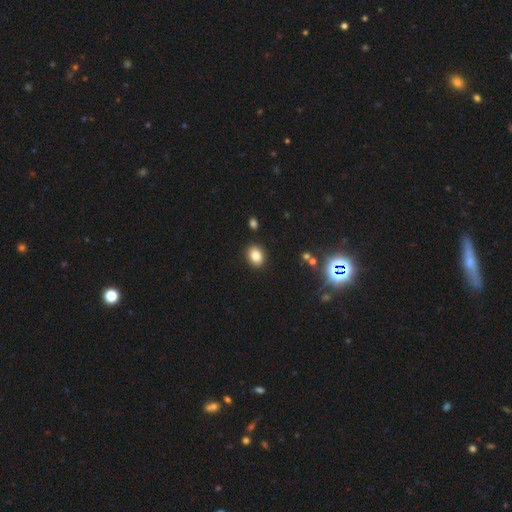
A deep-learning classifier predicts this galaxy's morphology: smooth_or_featured: smooth (p=0.84) [alt: star or artifact p=0.10]
how_rounded: in between (p=0.59) [alt: round p=0.40]
merging: none (p=0.89) [alt: minor disturbance p=0.07]